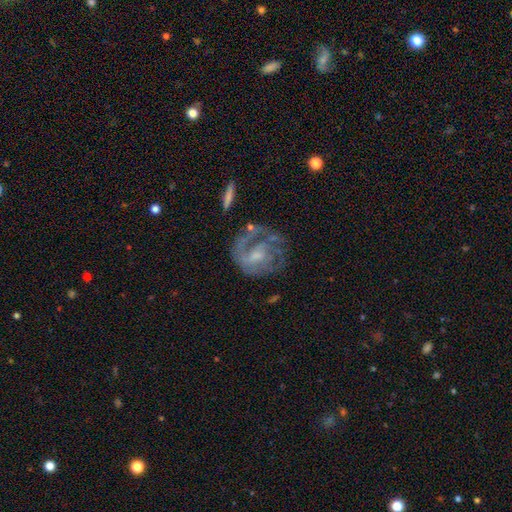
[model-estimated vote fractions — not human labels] featured or disk 74%, smooth 18%, star or artifact 8%. Down the decision tree: edge-on disk — no (97%); bar — no (45%); spiral arms — yes (78%); spiral arm count — 1 (37%); spiral winding — tight (41%); bulge size — small (41%); merging — none (47%).